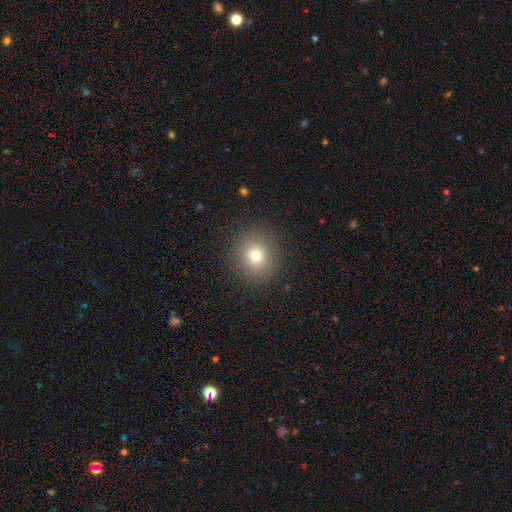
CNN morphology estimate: smooth 77%, star or artifact 14%, featured or disk 9%. Down the decision tree: how rounded — round (88%); merging — none (89%).